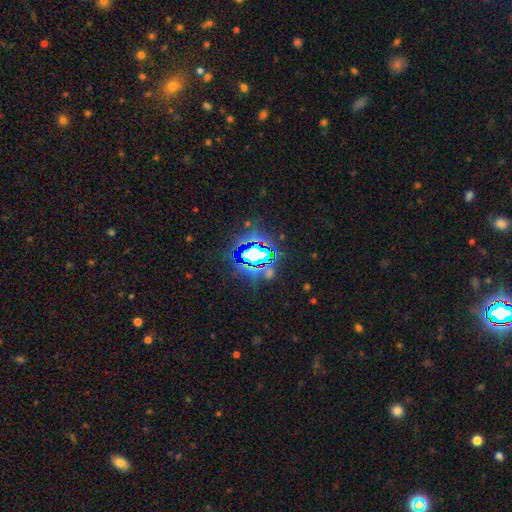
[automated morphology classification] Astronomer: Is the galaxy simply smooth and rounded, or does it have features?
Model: star or artifact — 74%.